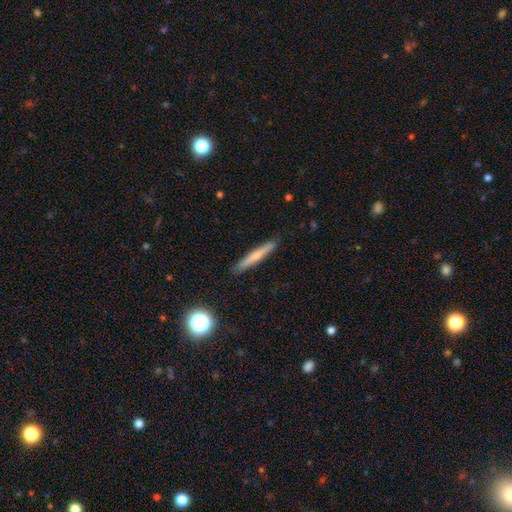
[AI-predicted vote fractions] This appears to be a smooth galaxy with no disk features (57%) that is cigar-shaped (95%). Merging: none (89%).